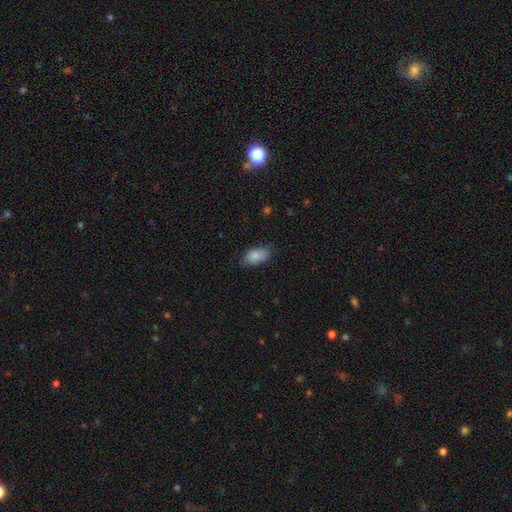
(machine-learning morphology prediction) This appears to be a smooth galaxy with no disk features (86%) that is in between round and cigar-shaped (93%). Merging: none (77%).